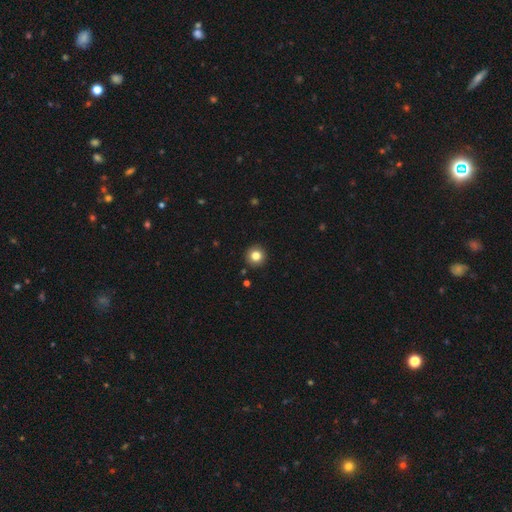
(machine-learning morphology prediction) Smooth or featured? smooth (82%)
How rounded? round (95%)
Merging? none (92%)